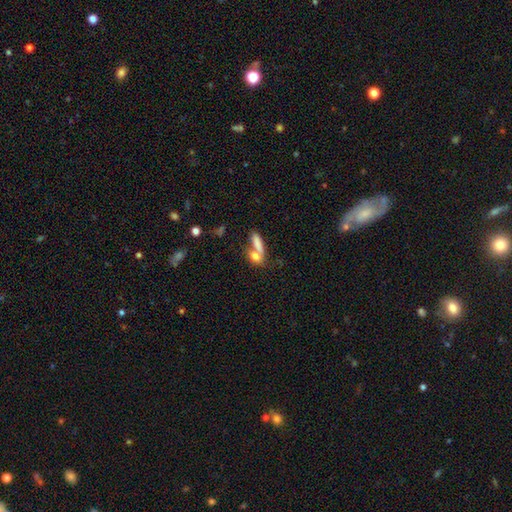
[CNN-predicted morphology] A smooth galaxy with no disk features (76%) that is in between round and cigar-shaped (61%).

Vote fractions:
- Smooth or featured? smooth: 76% / featured or disk: 15% / star or artifact: 9%
- How rounded? in between: 61% / cigar-shaped: 25% / round: 14%
- Merging? merger: 50% / none: 35% / minor disturbance: 9% / major disturbance: 6%